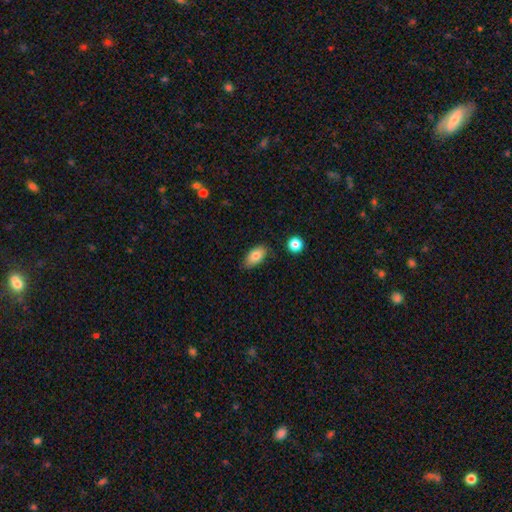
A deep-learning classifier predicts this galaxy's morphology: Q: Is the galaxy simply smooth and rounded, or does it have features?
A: smooth — 81%.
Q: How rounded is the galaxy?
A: in between — 92%.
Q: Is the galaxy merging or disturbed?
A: none — 80%.